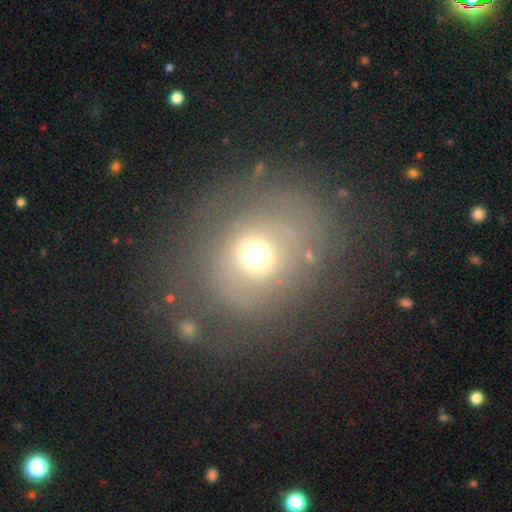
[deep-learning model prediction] smooth 56%, featured or disk 27%, star or artifact 17%. Down the decision tree: how rounded — round (72%); merging — none (56%).